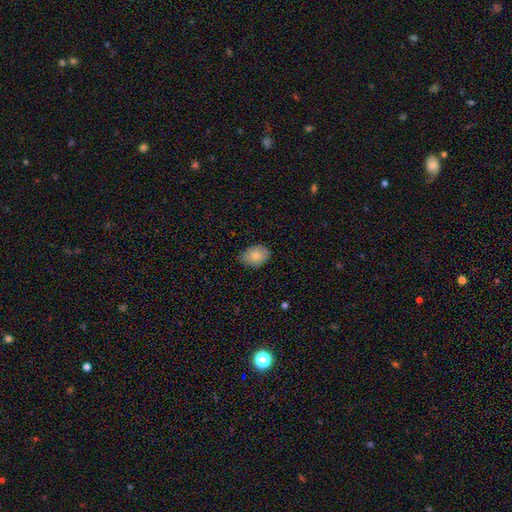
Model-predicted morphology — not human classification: type=smooth (81%); roundness=in between (72%); merging=none (71%).